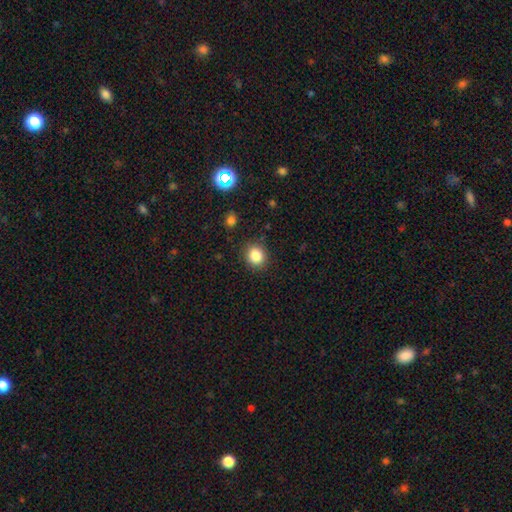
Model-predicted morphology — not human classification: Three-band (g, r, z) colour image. It shows a smooth galaxy with no disk features (84%) that is round (82%). Merging: none (88%).